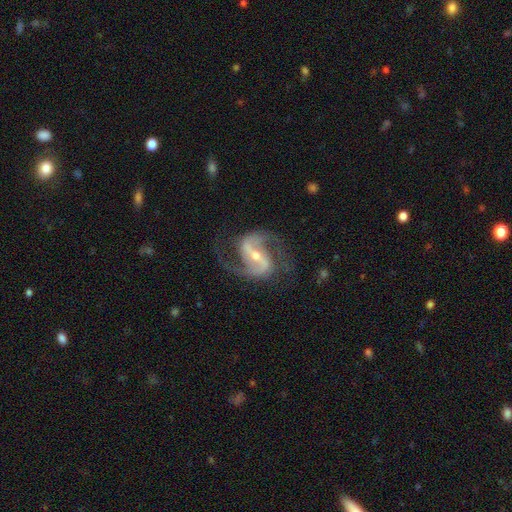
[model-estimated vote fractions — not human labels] A featured or disk galaxy (92%) with a strong bar (58%), 2 (93%) medium (57%) spiral arms (98%) and a small central bulge (50%).

Vote fractions:
- Smooth or featured? featured or disk: 92% / star or artifact: 5% / smooth: 4%
- Edge-on disk? no: 97% / yes: 3%
- Bar? strong: 58% / weak: 32% / no: 11%
- Spiral arms? yes: 98% / no: 2%
- Spiral winding? medium: 57% / loose: 31% / tight: 12%
- Spiral arm count? 2: 93% / 3: 2% / can't tell: 2% / 1: 1% / 4: 1% / more than 4: 1%
- Bulge size? small: 50% / moderate: 45% / large: 2% / none: 1% / dominant: 1%
- Merging? none: 76% / minor disturbance: 13% / major disturbance: 9% / merger: 1%